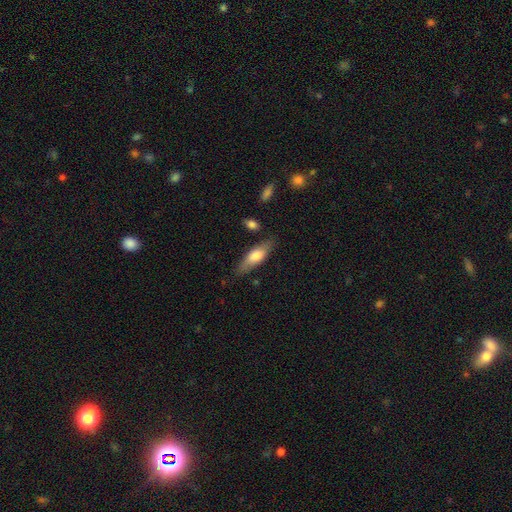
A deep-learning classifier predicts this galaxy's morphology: This appears to be a smooth galaxy with no disk features (69%) that is in between round and cigar-shaped (57%). Merging: none (75%).